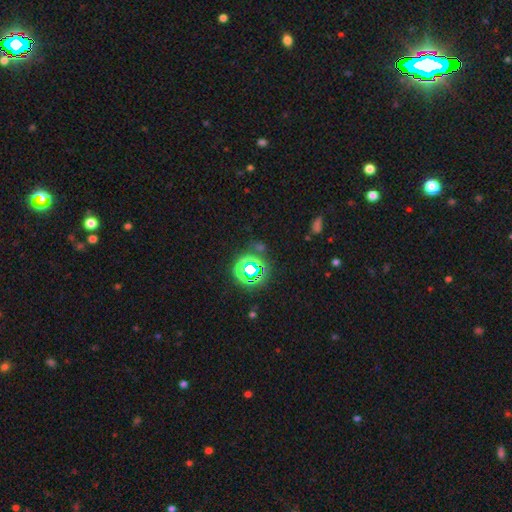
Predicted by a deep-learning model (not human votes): smooth-or-featured: star or artifact: 64% | smooth: 29% | featured or disk: 7%